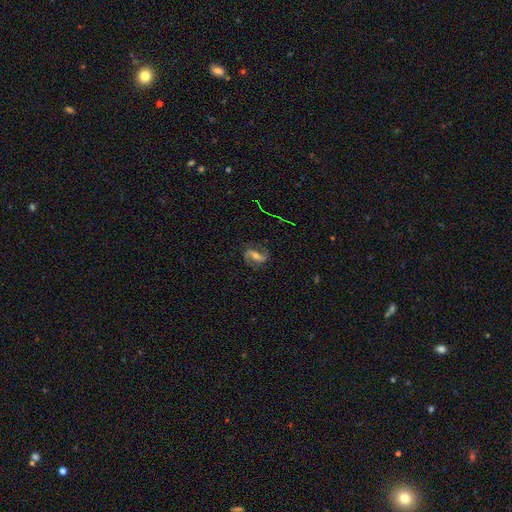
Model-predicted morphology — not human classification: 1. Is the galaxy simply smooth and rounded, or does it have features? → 81% featured or disk, 11% smooth, 8% star or artifact.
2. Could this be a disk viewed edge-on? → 95% no, 5% yes.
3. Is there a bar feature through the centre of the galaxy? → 51% strong, 31% weak, 18% no.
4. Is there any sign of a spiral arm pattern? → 94% yes, 6% no.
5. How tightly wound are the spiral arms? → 44% loose, 41% medium, 15% tight.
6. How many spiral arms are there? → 92% 2, 3% can't tell, 3% 1, 1% 3, 1% 4, 1% more than 4.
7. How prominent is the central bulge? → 50% moderate, 40% small, 4% large, 4% none, 1% dominant.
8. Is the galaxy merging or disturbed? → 82% none, 12% minor disturbance, 5% major disturbance, 1% merger.